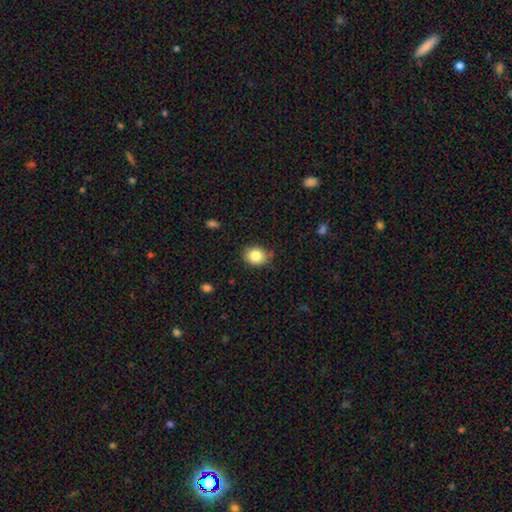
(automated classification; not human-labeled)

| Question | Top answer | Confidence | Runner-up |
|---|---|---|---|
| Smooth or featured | smooth | 84% | star or artifact (9%) |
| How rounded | round | 57% | in between (42%) |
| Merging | none | 79% | minor disturbance (16%) |